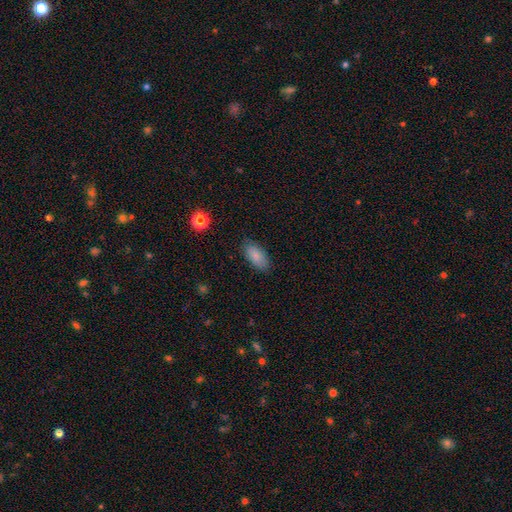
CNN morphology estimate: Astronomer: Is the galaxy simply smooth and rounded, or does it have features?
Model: smooth — 85%.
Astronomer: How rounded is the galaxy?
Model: in between — 91%.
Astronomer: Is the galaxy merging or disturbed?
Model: none — 84%.